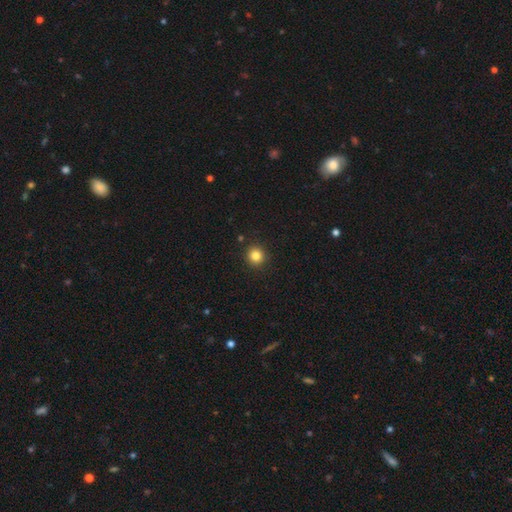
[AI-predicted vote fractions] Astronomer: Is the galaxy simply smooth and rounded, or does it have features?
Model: smooth — 83%.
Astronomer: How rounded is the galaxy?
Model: round — 94%.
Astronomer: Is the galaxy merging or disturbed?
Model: none — 92%.